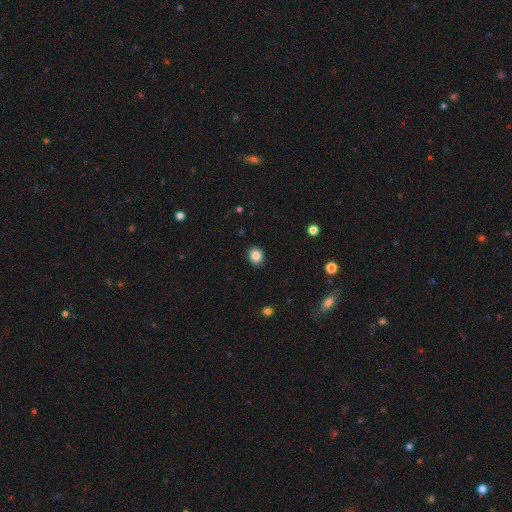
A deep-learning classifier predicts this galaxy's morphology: Q: Smooth or featured?
A: smooth (88%); runner-up: star or artifact (9%)
Q: How rounded?
A: round (59%); runner-up: in between (40%)
Q: Merging?
A: none (90%); runner-up: minor disturbance (7%)